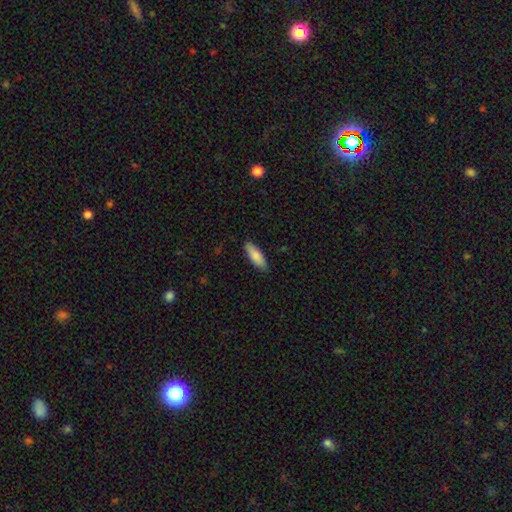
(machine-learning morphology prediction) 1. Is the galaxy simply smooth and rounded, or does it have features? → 86% smooth, 8% featured or disk, 6% star or artifact.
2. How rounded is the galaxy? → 59% in between, 39% cigar-shaped, 2% round.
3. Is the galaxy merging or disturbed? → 87% none, 10% minor disturbance, 2% major disturbance, 1% merger.